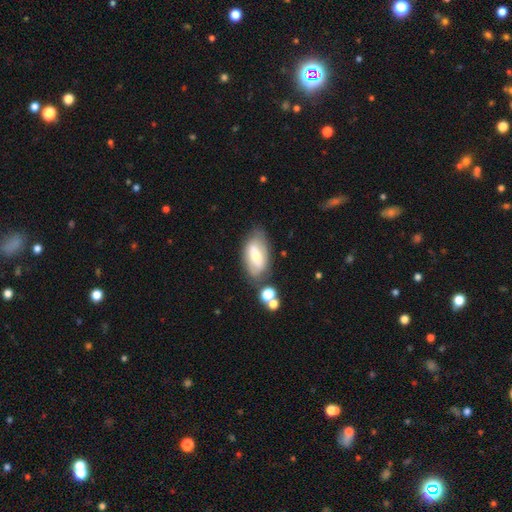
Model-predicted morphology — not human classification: smooth_or_featured: smooth (p=0.50) [alt: featured or disk p=0.42]
how_rounded: in between (p=0.89) [alt: cigar-shaped p=0.07]
merging: none (p=0.64) [alt: minor disturbance p=0.20]